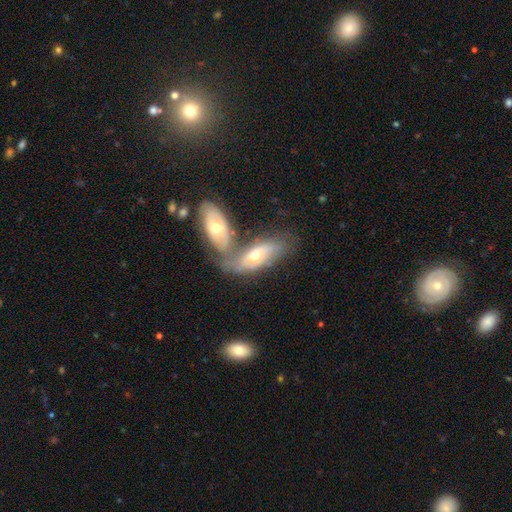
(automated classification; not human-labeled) featured or disk 51%, smooth 42%, star or artifact 7%. Down the decision tree: edge-on disk — no (78%); merging — merger (49%).